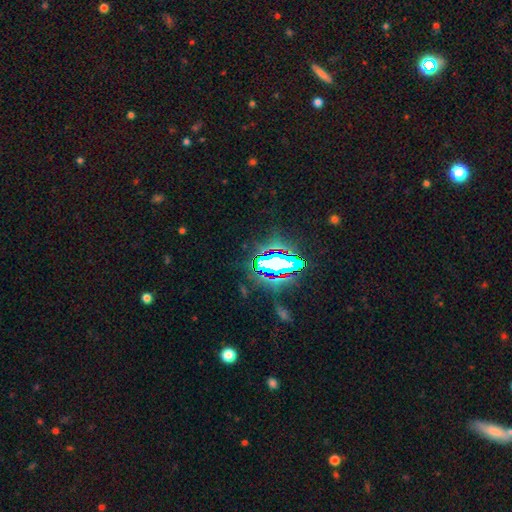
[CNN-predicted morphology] This is clearly a star or artifact rather than a galaxy (81%).